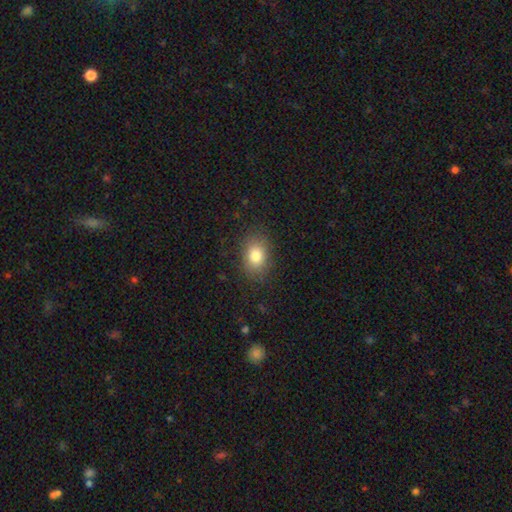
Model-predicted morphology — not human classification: smooth_or_featured: smooth (p=0.80) [alt: star or artifact p=0.10]
how_rounded: in between (p=0.67) [alt: round p=0.32]
merging: none (p=0.83) [alt: minor disturbance p=0.12]